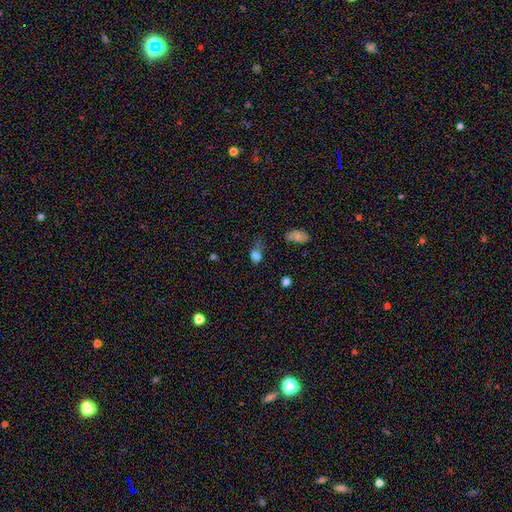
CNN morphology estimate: type=smooth (74%); roundness=in between (70%); merging=none (36%).